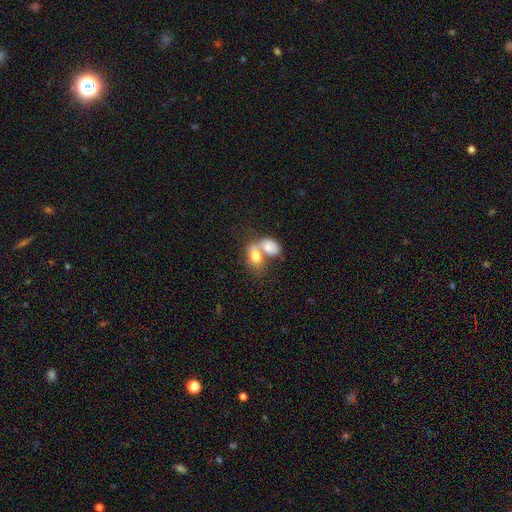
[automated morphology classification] A smooth galaxy with no disk features (72%) that is in between round and cigar-shaped (74%).

Vote fractions:
- Smooth or featured? smooth: 72% / featured or disk: 20% / star or artifact: 8%
- How rounded? in between: 74% / round: 24% / cigar-shaped: 2%
- Merging? merger: 71% / none: 16% / minor disturbance: 7% / major disturbance: 6%